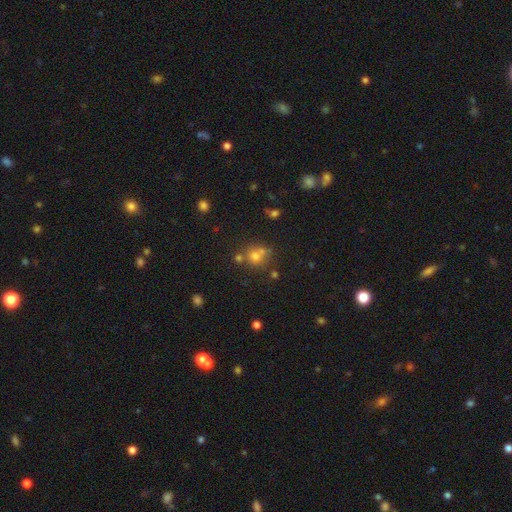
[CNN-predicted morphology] Smooth or featured: smooth — 65% (star or artifact — 22%)
How rounded: round — 84% (in between — 15%)
Merging: none — 55% (merger — 30%)